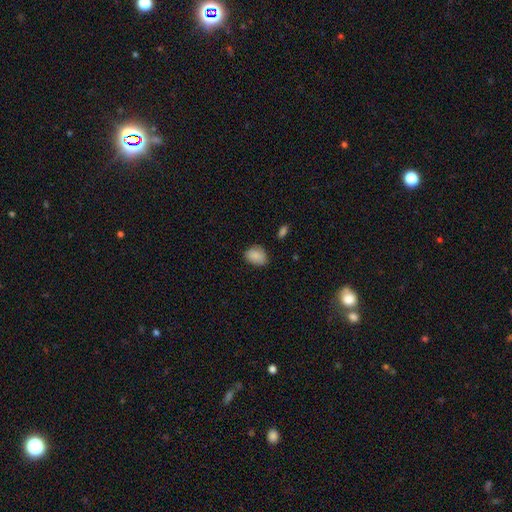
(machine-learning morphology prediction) A smooth galaxy with no disk features (87%) that is in between round and cigar-shaped (69%). Merging: none (71%).